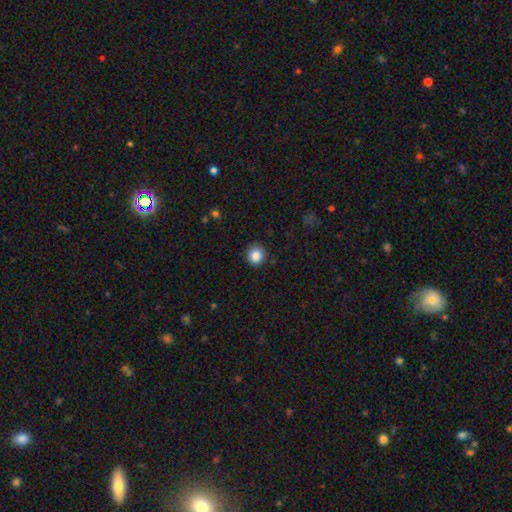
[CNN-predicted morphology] A smooth galaxy with no disk features (86%) that is round (86%). Merging: none (87%).